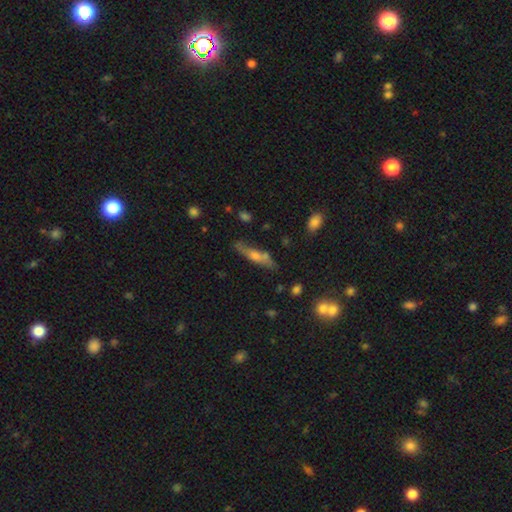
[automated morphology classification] A featured or disk galaxy (50%) viewed edge-on (79%). Merging: none (67%).